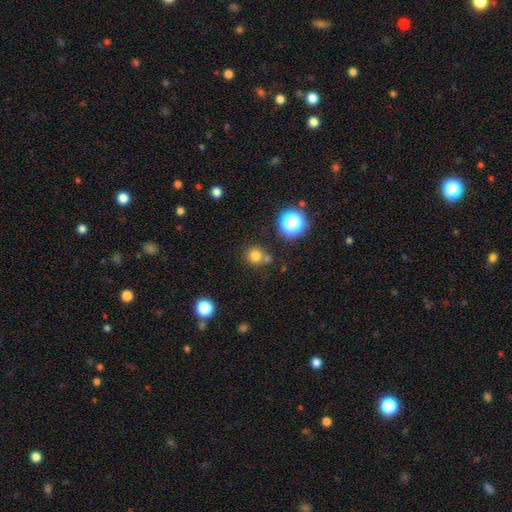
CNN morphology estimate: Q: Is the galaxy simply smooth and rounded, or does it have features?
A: smooth — 75%.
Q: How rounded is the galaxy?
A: round — 89%.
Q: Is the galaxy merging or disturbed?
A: none — 61%.